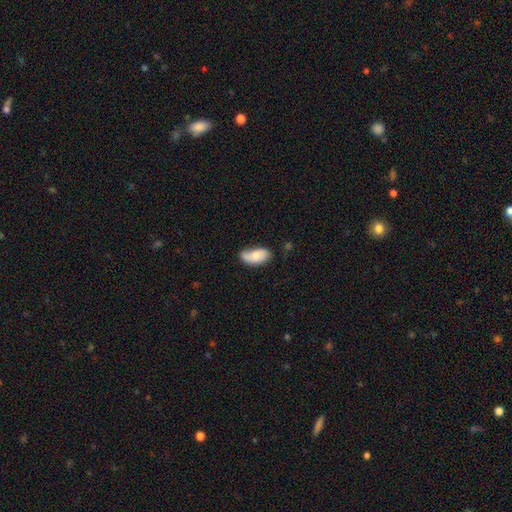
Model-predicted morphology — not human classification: Smooth or featured? Predicted: smooth (p=0.64). How rounded? Predicted: in between (p=0.92). Merging? Predicted: none (p=0.54).